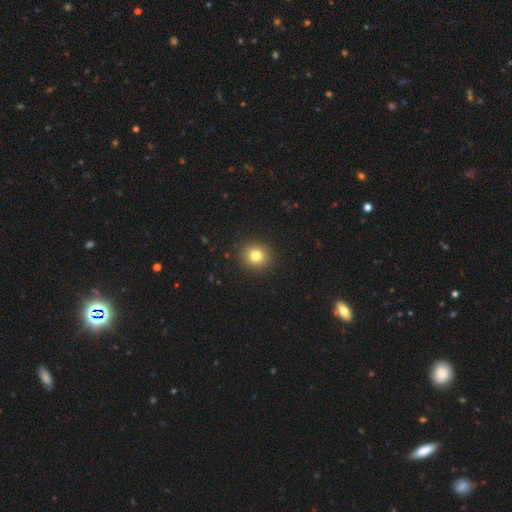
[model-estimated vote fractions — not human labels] This is likely a smooth galaxy (80%). How rounded: clearly round (87%). Merging: clearly none (92%).